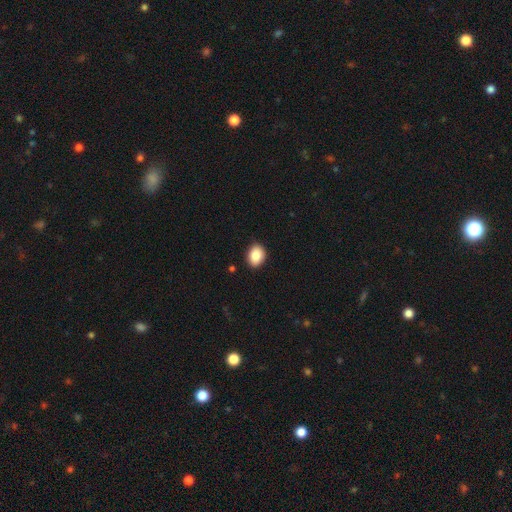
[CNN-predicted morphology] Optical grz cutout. It shows a smooth galaxy with no disk features (86%) that is in between round and cigar-shaped (65%). Merging: none (89%).